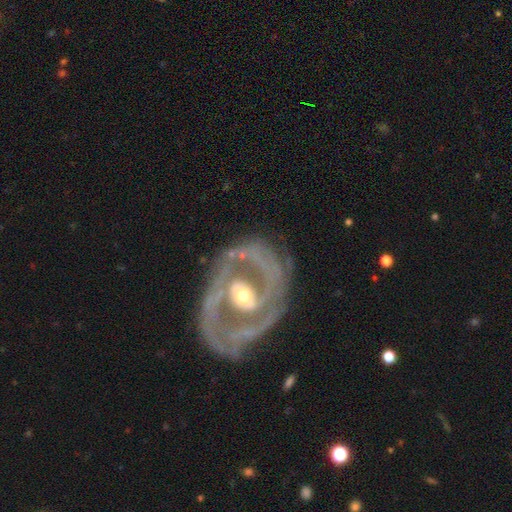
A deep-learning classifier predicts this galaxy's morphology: Smooth or featured? Predicted: featured or disk (p=0.88). Edge-on disk? Predicted: no (p=0.96). Bar? Predicted: no (p=0.47). Spiral arms? Predicted: yes (p=0.87). Spiral winding? Predicted: tight (p=0.50). Spiral arm count? Predicted: 2 (p=0.65). Bulge size? Predicted: moderate (p=0.59). Merging? Predicted: none (p=0.68).